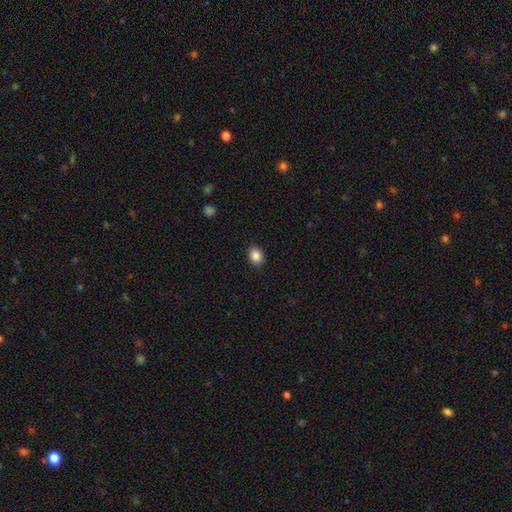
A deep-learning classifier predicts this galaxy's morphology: Overall: smooth (88%). How rounded: in between (66%; round 33%). Merging: none (89%).